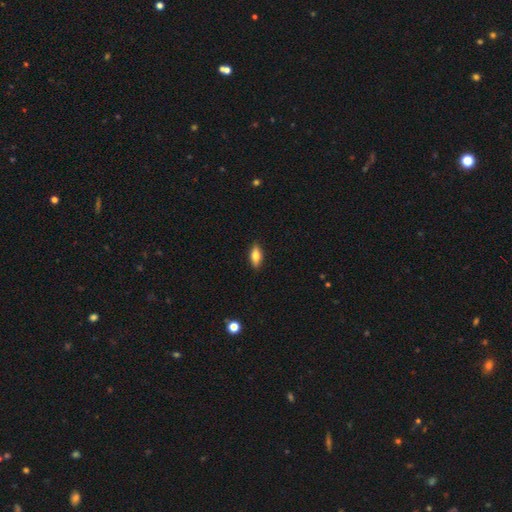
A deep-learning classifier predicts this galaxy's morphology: Overall: smooth (77%). How rounded: in between (79%). Merging: none (88%).